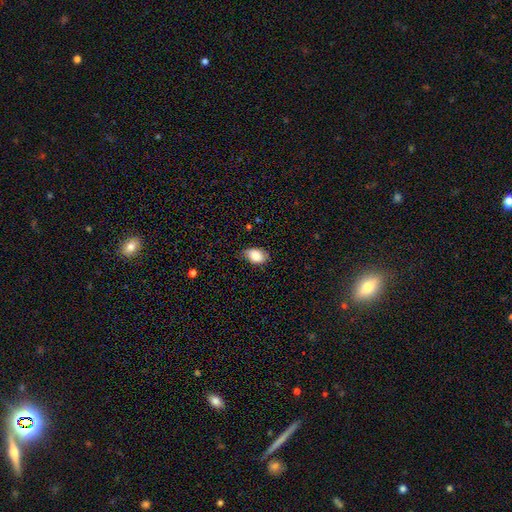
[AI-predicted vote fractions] smooth-or-featured: smooth: 83% | featured or disk: 10% | star or artifact: 7%
  how-rounded: in between: 85% | round: 13% | cigar-shaped: 1%
  merging: none: 69% | minor disturbance: 26% | major disturbance: 4% | merger: 1%